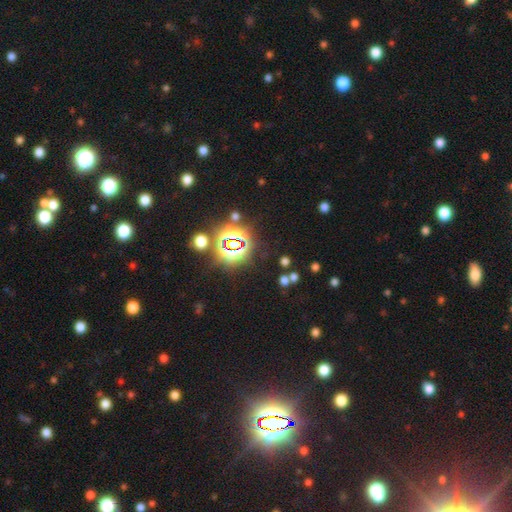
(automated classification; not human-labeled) A star or artifact, not a galaxy (83%).

Vote fractions:
- Smooth or featured? star or artifact: 83% / smooth: 11% / featured or disk: 6%